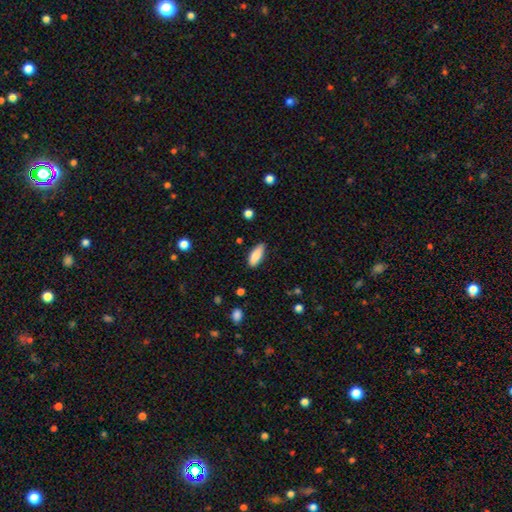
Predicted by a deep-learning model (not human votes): Smooth or featured? smooth (85%)
How rounded? in between (76%)
Merging? none (84%)